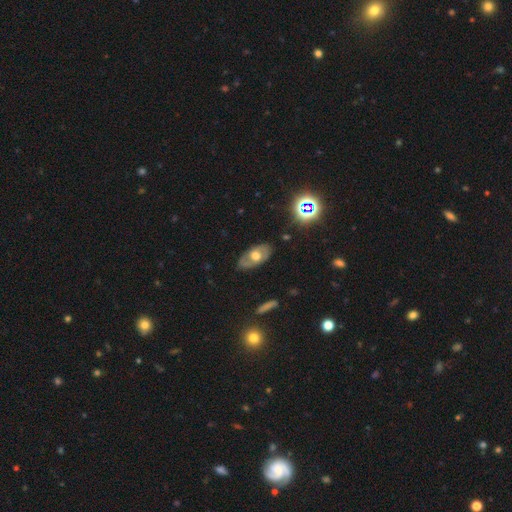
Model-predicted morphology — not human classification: Smooth or featured? Predicted: featured or disk (p=0.51). Edge-on disk? Predicted: no (p=0.84). Merging? Predicted: none (p=0.78).